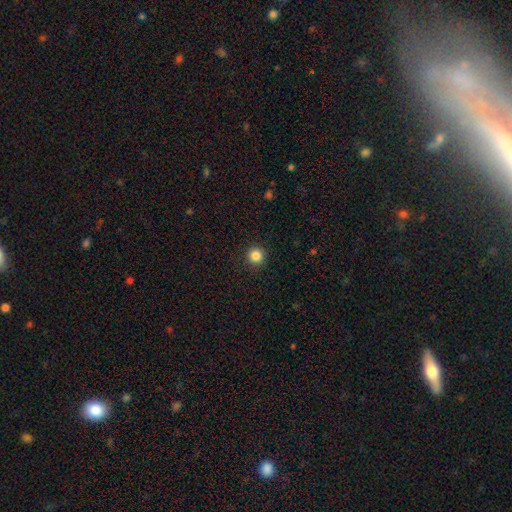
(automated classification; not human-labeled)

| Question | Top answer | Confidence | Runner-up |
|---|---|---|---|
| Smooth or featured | smooth | 85% | star or artifact (11%) |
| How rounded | round | 95% | in between (4%) |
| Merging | none | 92% | minor disturbance (5%) |